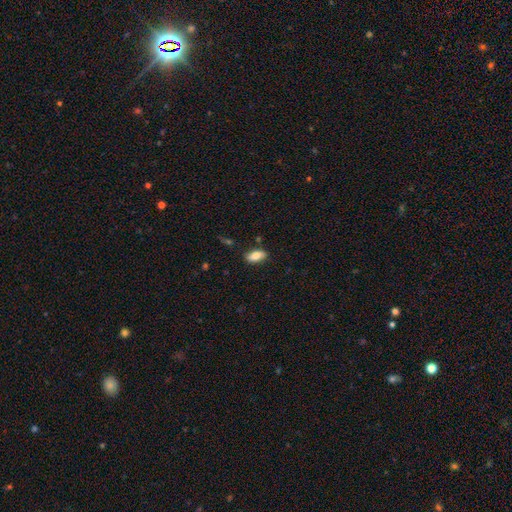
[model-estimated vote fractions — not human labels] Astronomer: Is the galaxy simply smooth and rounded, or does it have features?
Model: smooth — 79%.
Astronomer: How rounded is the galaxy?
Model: in between — 87%.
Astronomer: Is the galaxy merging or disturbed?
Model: none — 83%.